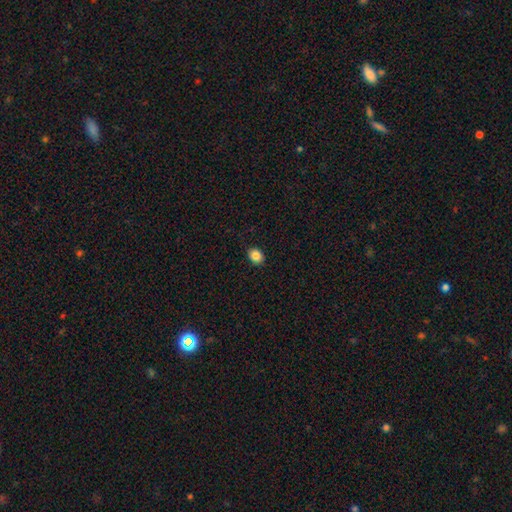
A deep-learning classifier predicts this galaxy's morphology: Smooth or featured?
  - smooth: 86% *
  - star or artifact: 10%
  - featured or disk: 4%
How rounded?
  - round: 50% *
  - in between: 49%
  - cigar-shaped: 1%
Merging?
  - none: 90% *
  - minor disturbance: 7%
  - major disturbance: 2%
  - merger: 1%